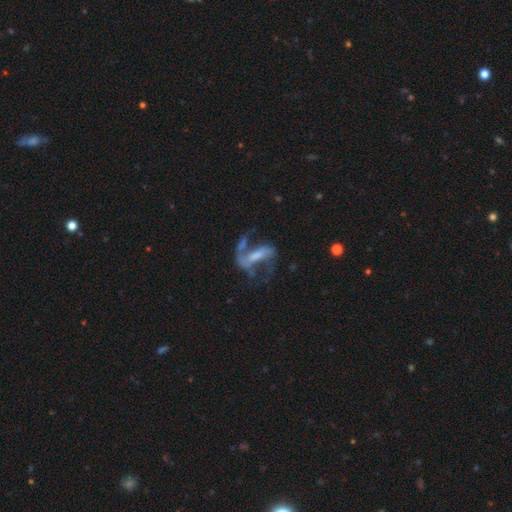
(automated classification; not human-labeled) This is likely a featured or disk galaxy (79%). It is clearly not viewed edge-on (91%). Bar: possibly strong (49%). Spiral arm pattern: clearly yes (85%). Spiral arm count: clearly 2 (81%). Spiral winding: possibly loose (56%). Central bulge: marginally small (37%). Merging: marginally none (40%).